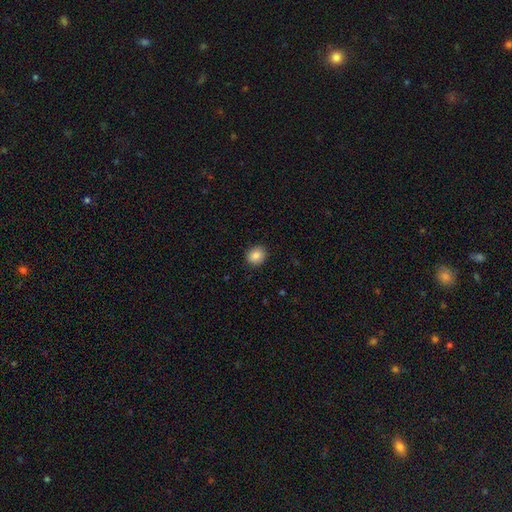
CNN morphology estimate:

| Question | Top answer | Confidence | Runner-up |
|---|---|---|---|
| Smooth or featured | smooth | 86% | star or artifact (9%) |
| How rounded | round | 69% | in between (30%) |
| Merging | none | 90% | minor disturbance (7%) |